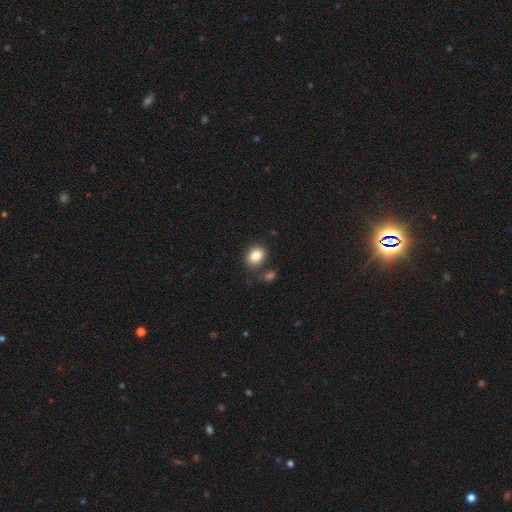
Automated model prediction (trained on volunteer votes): Smooth or featured? Predicted: smooth (p=0.85). How rounded? Predicted: round (p=0.51). Merging? Predicted: none (p=0.75).